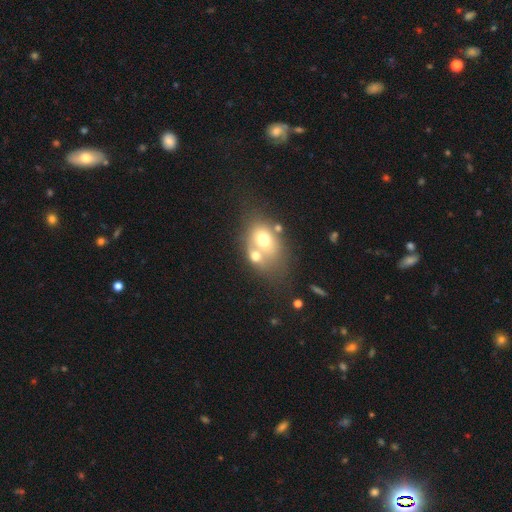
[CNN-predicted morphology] smooth-or-featured: smooth: 62% | featured or disk: 26% | star or artifact: 11%
  how-rounded: in between: 66% | round: 33% | cigar-shaped: 1%
  merging: merger: 50% | none: 30% | minor disturbance: 12% | major disturbance: 8%